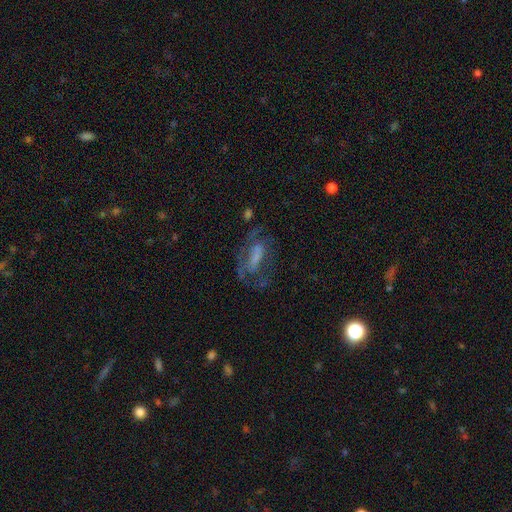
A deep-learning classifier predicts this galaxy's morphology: A featured or disk galaxy (60%) with no bar (38%), spiral arms (61%) and no central bulge (36%). Merging: none (49%).